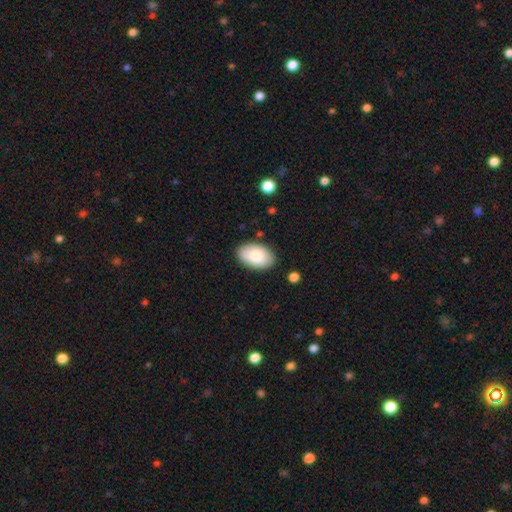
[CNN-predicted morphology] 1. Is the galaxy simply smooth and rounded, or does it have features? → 81% smooth, 13% featured or disk, 6% star or artifact.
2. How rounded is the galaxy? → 93% in between, 6% round, 1% cigar-shaped.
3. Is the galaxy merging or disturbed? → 85% none, 11% minor disturbance, 2% major disturbance, 2% merger.